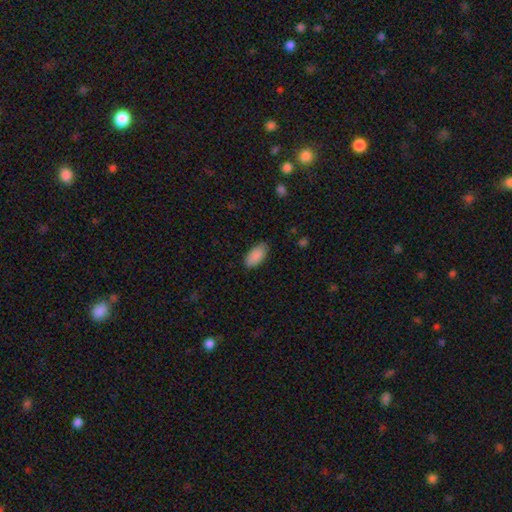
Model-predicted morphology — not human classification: smooth-or-featured: smooth: 90% | star or artifact: 6% | featured or disk: 4%
  how-rounded: in between: 93% | cigar-shaped: 5% | round: 2%
  merging: none: 86% | minor disturbance: 11% | major disturbance: 2% | merger: 1%